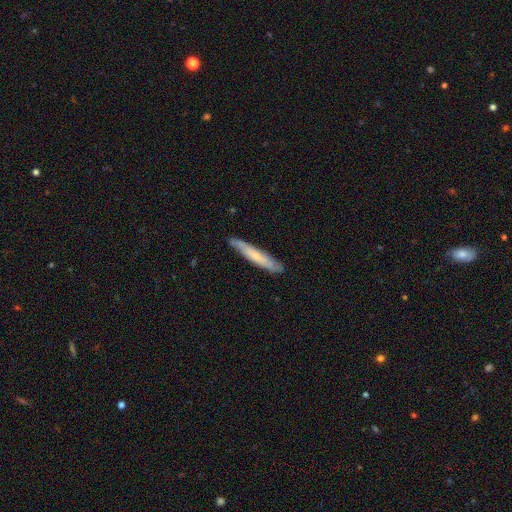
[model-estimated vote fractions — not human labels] A smooth galaxy with no disk features (49%).

Vote fractions:
- Smooth or featured? smooth: 49% / featured or disk: 45% / star or artifact: 5%
- Merging? none: 80% / minor disturbance: 16% / major disturbance: 2% / merger: 1%